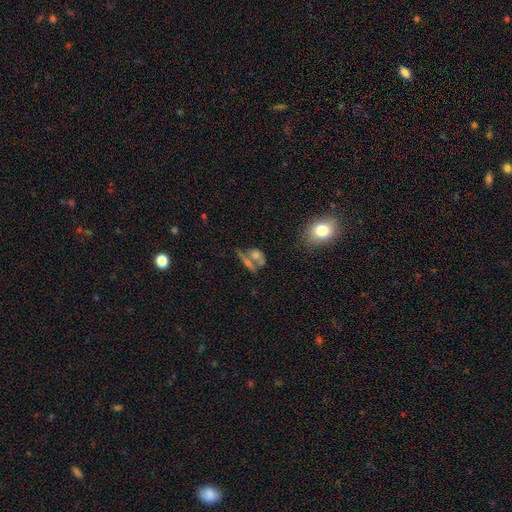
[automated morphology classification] Overall: smooth (53%; featured or disk 32%). How rounded: in between (60%; round 22%). Merging: merger (41%; none 36%).